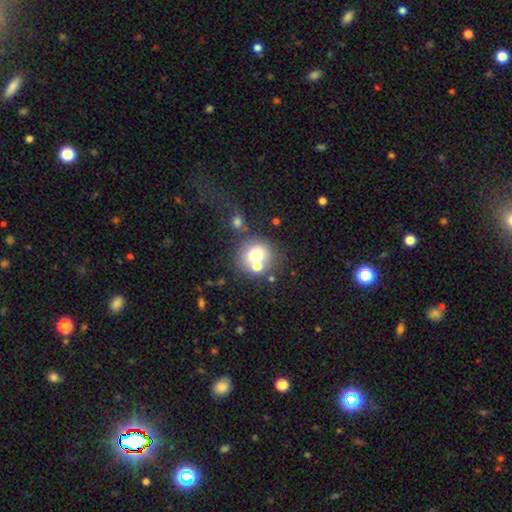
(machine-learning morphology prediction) The model was most divided on "merging": none: 52%, merger: 30%, minor disturbance: 11%, major disturbance: 6%. More confident: how rounded — round (84%); smooth or featured — smooth (70%).